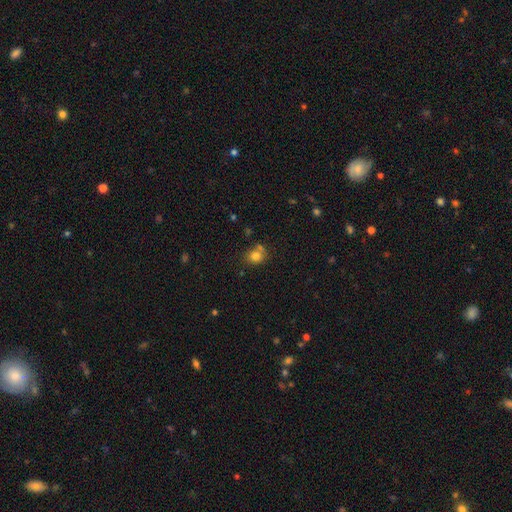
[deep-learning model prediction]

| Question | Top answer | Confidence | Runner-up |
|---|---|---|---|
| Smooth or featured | smooth | 79% | star or artifact (12%) |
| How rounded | round | 70% | in between (30%) |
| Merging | none | 61% | merger (20%) |